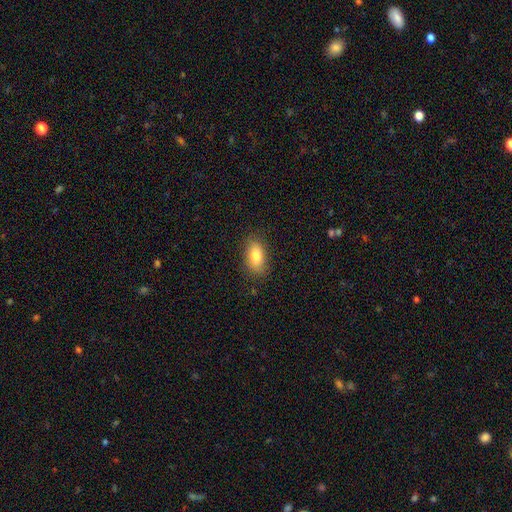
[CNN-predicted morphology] Smooth or featured?
  - smooth: 81% *
  - featured or disk: 11%
  - star or artifact: 8%
How rounded?
  - in between: 86% *
  - cigar-shaped: 8%
  - round: 5%
Merging?
  - none: 84% *
  - minor disturbance: 12%
  - major disturbance: 3%
  - merger: 1%